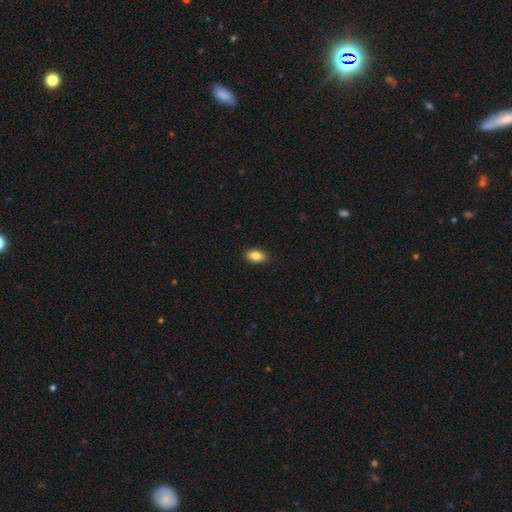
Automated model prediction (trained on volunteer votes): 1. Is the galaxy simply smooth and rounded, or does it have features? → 88% smooth, 8% star or artifact, 5% featured or disk.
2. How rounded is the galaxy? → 92% in between, 6% round, 3% cigar-shaped.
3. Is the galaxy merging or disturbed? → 90% none, 7% minor disturbance, 2% major disturbance, 1% merger.